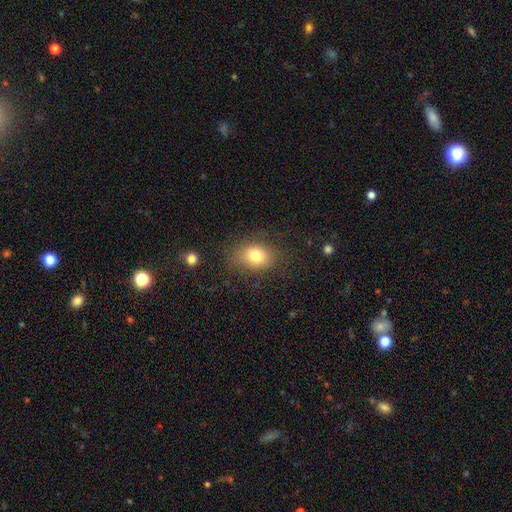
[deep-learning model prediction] A smooth galaxy with no disk features (77%) that is in between round and cigar-shaped (60%). Merging: none (78%).